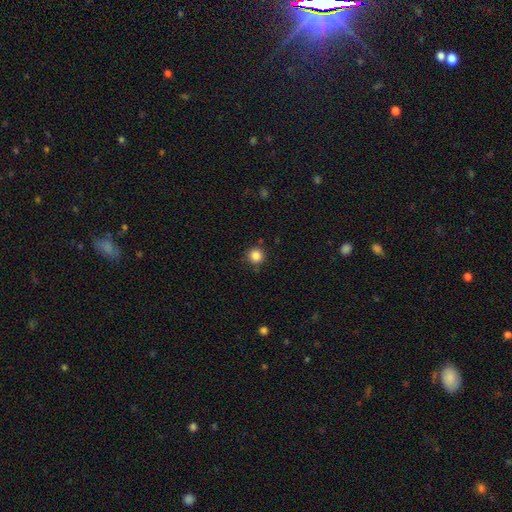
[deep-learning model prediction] smooth 85%, star or artifact 11%, featured or disk 4%. Down the decision tree: how rounded — round (95%); merging — none (87%).